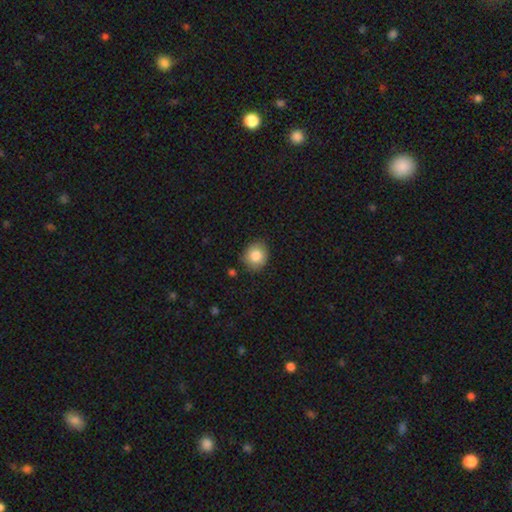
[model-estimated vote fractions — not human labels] This appears to be a smooth galaxy with no disk features (85%) that is round (76%). Merging: none (83%).